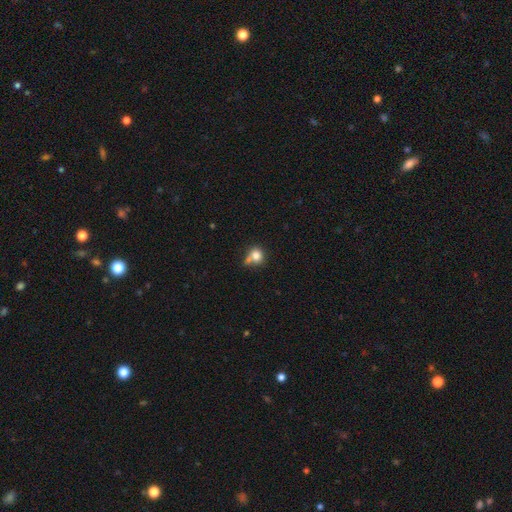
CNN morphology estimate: Q: Smooth or featured?
A: smooth (79%); runner-up: star or artifact (11%)
Q: How rounded?
A: round (81%); runner-up: in between (18%)
Q: Merging?
A: none (50%); runner-up: merger (25%)